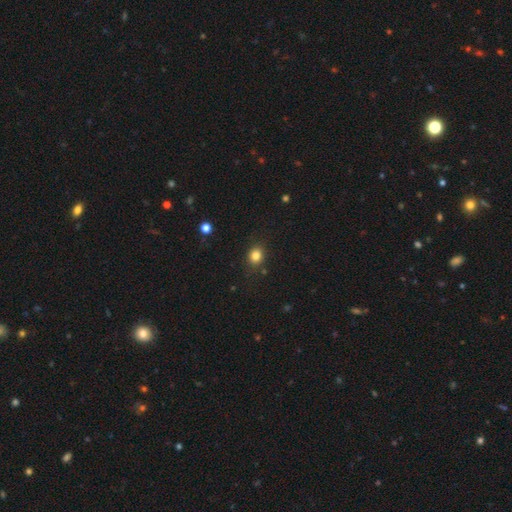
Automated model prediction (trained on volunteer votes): Smooth or featured? smooth (83%)
How rounded? round (67%)
Merging? none (85%)